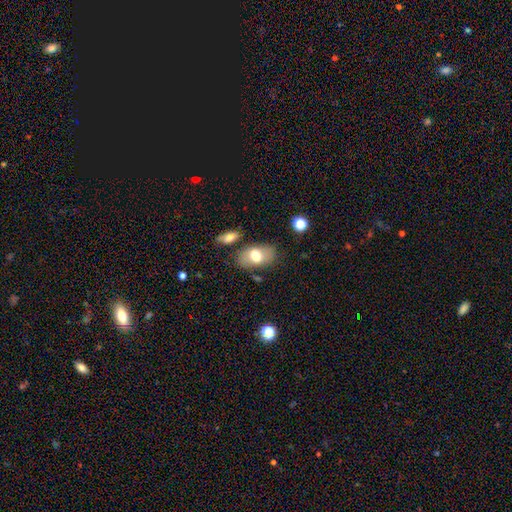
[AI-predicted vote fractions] This is likely a smooth galaxy (69%). How rounded: clearly in between (90%). Merging: likely none (74%).